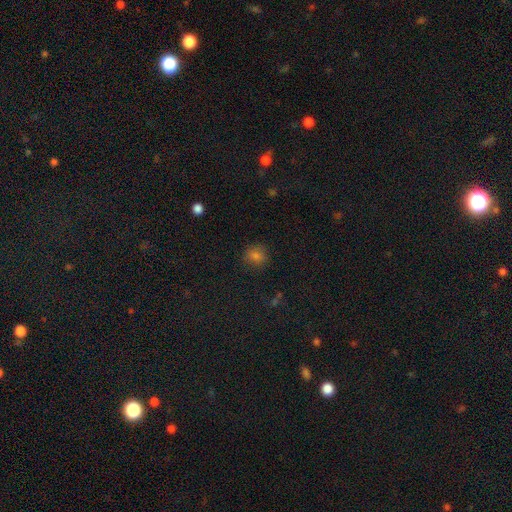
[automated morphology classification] Smooth or featured?
  - smooth: 77% *
  - star or artifact: 16%
  - featured or disk: 6%
How rounded?
  - round: 85% *
  - in between: 14%
  - cigar-shaped: 1%
Merging?
  - none: 85% *
  - minor disturbance: 11%
  - major disturbance: 3%
  - merger: 1%